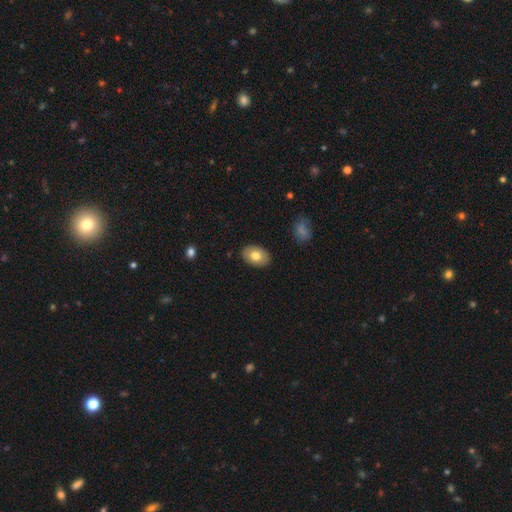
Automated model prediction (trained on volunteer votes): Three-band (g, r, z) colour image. It shows a smooth galaxy with no disk features (76%) that is in between round and cigar-shaped (88%). Merging: none (88%).